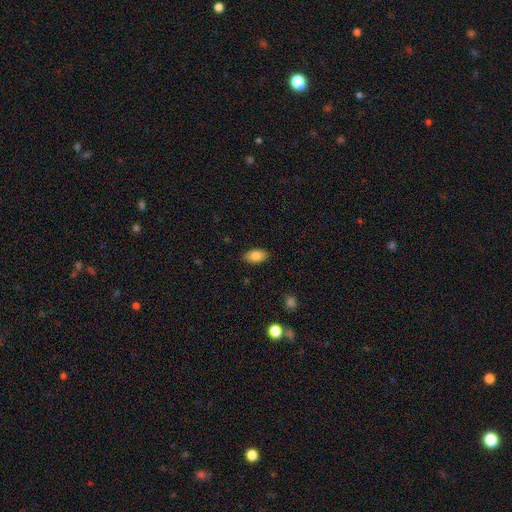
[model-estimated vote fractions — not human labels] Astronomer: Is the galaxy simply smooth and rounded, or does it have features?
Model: smooth — 84%.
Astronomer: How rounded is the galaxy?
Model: in between — 92%.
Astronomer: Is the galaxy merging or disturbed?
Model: none — 87%.